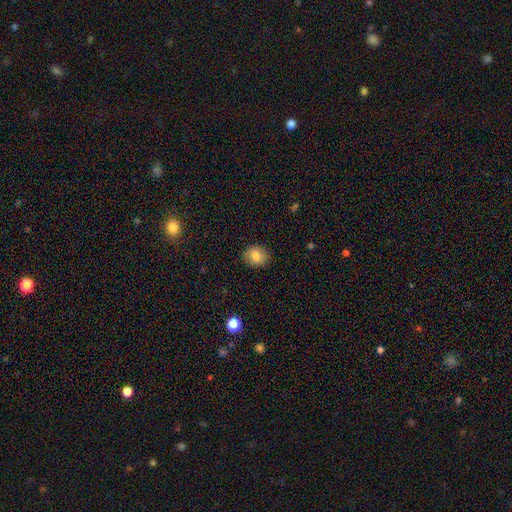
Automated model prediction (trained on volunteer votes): Overall: smooth (80%). How rounded: round (64%; in between 35%). Merging: none (88%).